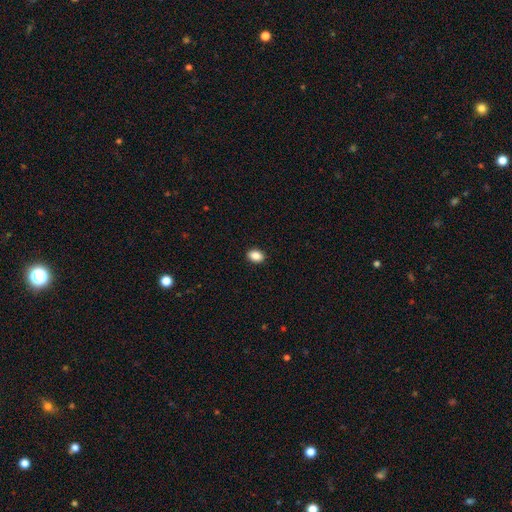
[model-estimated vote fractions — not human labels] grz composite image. It shows a smooth galaxy with no disk features (88%) that is in between round and cigar-shaped (79%). Merging: none (91%).